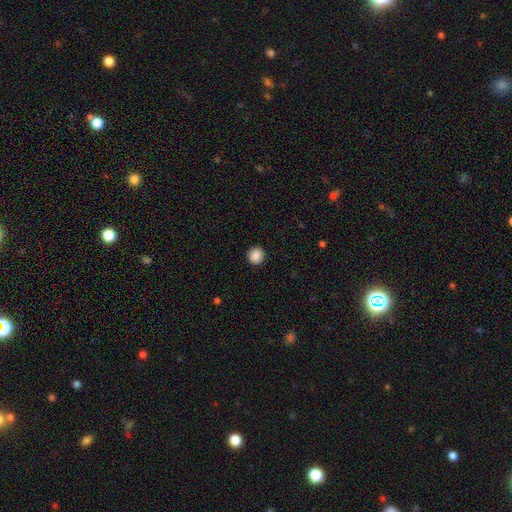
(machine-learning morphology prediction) Q: Smooth or featured?
A: smooth (89%); runner-up: star or artifact (9%)
Q: How rounded?
A: round (93%); runner-up: in between (6%)
Q: Merging?
A: none (93%); runner-up: minor disturbance (5%)